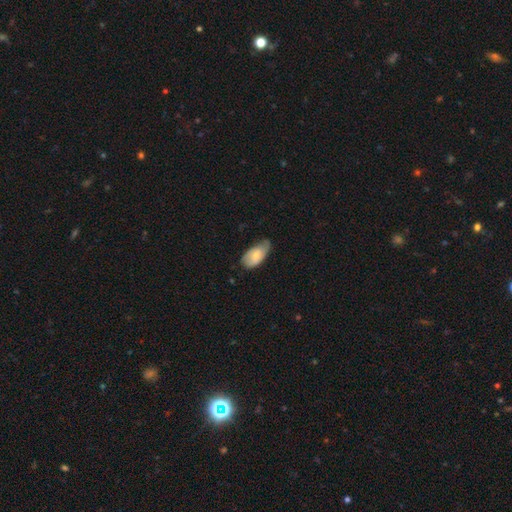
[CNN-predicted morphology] smooth_or_featured: smooth (p=0.64) [alt: featured or disk p=0.30]
how_rounded: in between (p=0.93) [alt: round p=0.03]
merging: none (p=0.46) [alt: minor disturbance p=0.42]